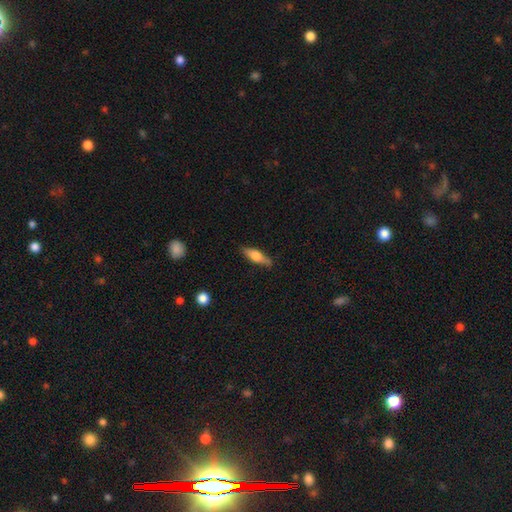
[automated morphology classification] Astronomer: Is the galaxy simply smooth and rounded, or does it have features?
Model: smooth — 60%.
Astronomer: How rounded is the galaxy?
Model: cigar-shaped — 58% (runner-up: in between, 40%).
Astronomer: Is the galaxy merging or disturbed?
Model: none — 81%.